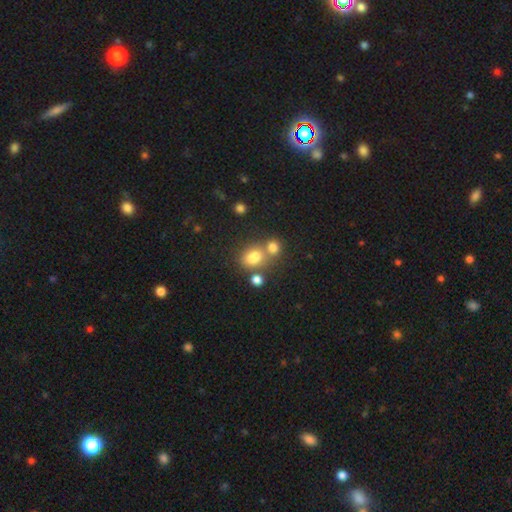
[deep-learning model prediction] Morphology: type=smooth (76%); roundness=in between (56%); merging=none (45%).